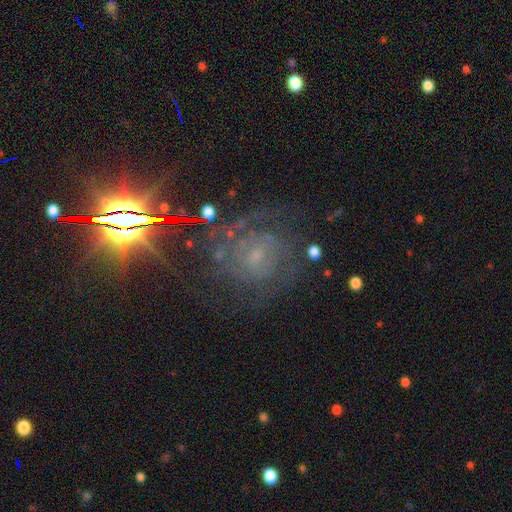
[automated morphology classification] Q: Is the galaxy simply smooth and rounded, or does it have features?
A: featured or disk — 65%.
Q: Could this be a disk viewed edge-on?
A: no — 96%.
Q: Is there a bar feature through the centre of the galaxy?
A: no — 59%.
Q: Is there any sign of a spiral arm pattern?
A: yes — 88%.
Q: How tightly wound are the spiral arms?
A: tight — 59%.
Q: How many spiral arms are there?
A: can't tell — 44%.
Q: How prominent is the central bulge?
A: small — 59%.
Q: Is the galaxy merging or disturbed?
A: none — 68%.